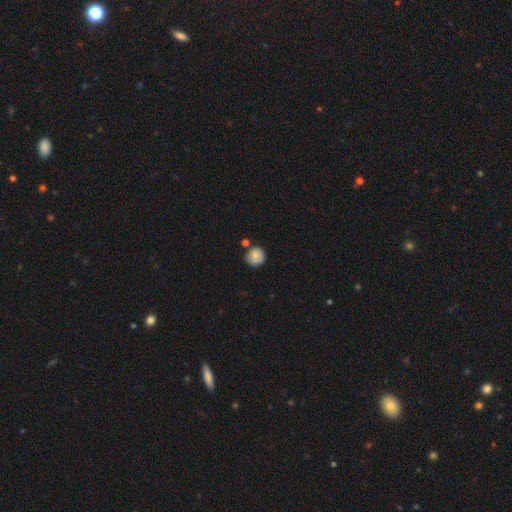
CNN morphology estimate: The model was most divided on "merging": none: 73%, minor disturbance: 14%, merger: 10%, major disturbance: 3%. More confident: how rounded — round (93%); smooth or featured — smooth (82%).